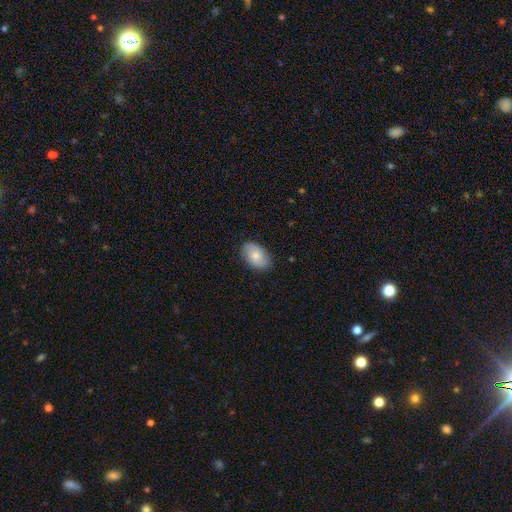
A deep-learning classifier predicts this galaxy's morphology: A smooth galaxy with no disk features (71%) that is in between round and cigar-shaped (89%).

Vote fractions:
- Smooth or featured? smooth: 71% / featured or disk: 23% / star or artifact: 6%
- How rounded? in between: 89% / round: 10% / cigar-shaped: 1%
- Merging? none: 84% / minor disturbance: 13% / major disturbance: 3% / merger: 1%